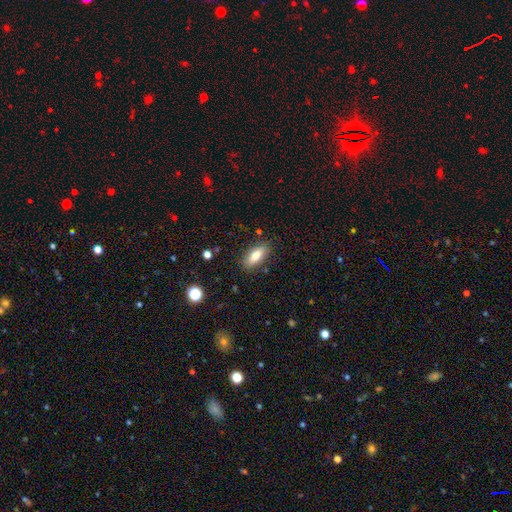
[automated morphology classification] Smooth or featured? smooth (79%)
How rounded? in between (84%)
Merging? none (84%)